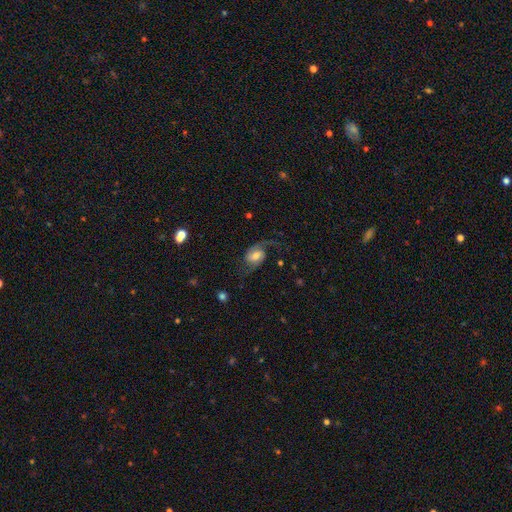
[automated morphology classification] A featured or disk galaxy (77%) with no bar (44%), 2 (85%) loose (61%) spiral arms (95%) and a moderate central bulge (59%). Merging: none (63%).